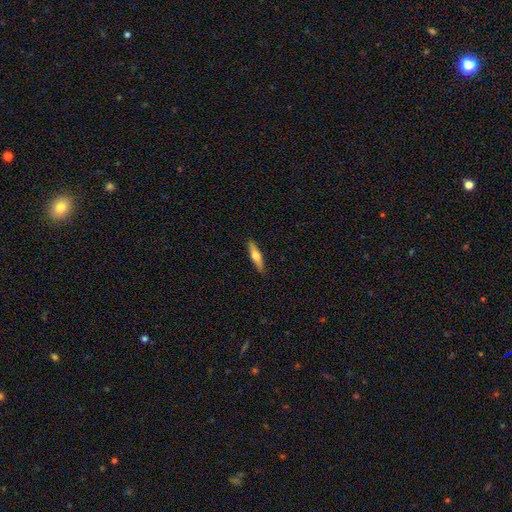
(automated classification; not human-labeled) Smooth or featured: featured or disk — 49% (smooth — 45%)
Merging: none — 89% (minor disturbance — 8%)